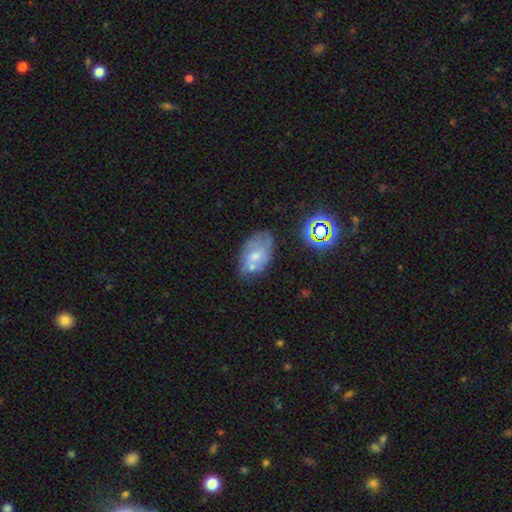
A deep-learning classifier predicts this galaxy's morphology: Smooth or featured? Predicted: featured or disk (p=0.48). Merging? Predicted: none (p=0.51).